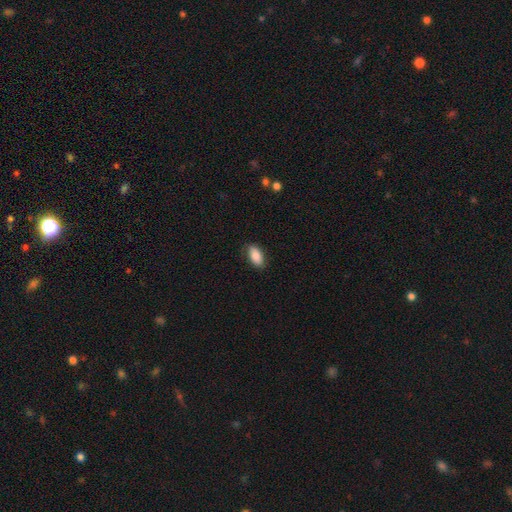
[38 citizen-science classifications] This is likely a smooth galaxy (79%). How rounded: clearly in between (93%). Merging: clearly none (80%).